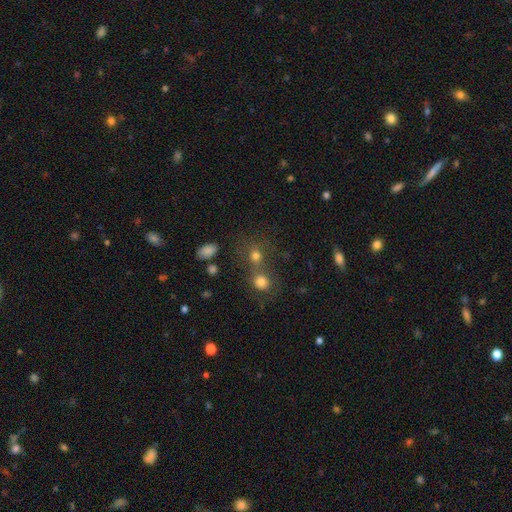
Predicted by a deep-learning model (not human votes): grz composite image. It shows a smooth galaxy with no disk features (73%) that is round (74%). Merging: merger (45%).